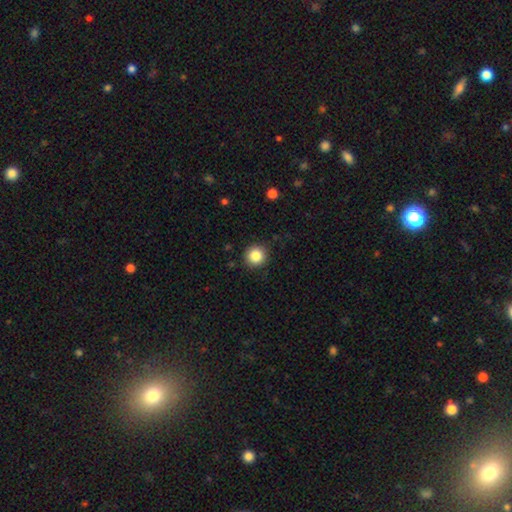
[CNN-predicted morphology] A smooth galaxy with no disk features (86%) that is round (94%). Merging: none (90%).